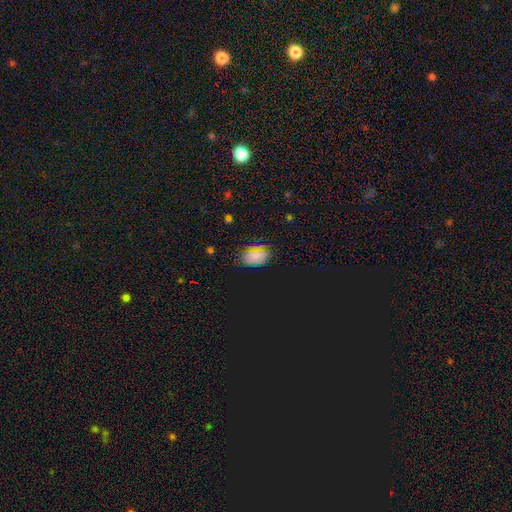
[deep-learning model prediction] This is possibly a smooth galaxy (47%). Merging: clearly none (80%).